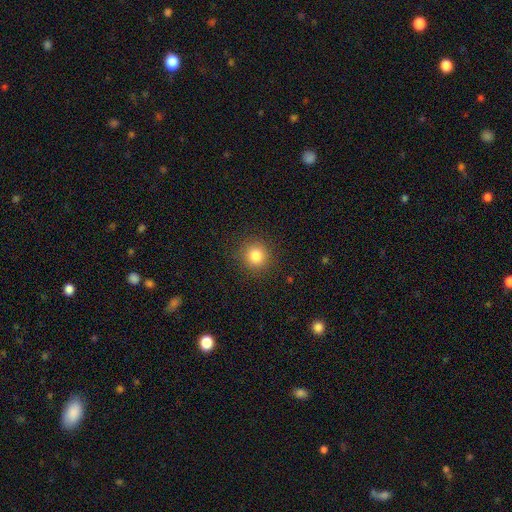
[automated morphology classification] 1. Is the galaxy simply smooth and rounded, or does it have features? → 82% smooth, 12% star or artifact, 5% featured or disk.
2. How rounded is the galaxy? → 92% round, 7% in between, 1% cigar-shaped.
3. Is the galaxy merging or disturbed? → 90% none, 6% minor disturbance, 2% major disturbance, 1% merger.